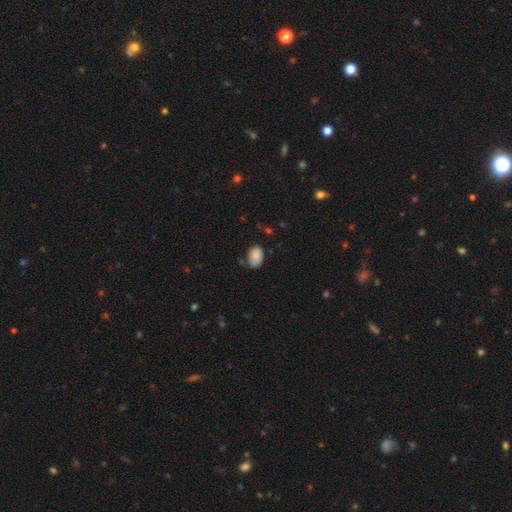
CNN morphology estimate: The model was most divided on "merging": none: 68%, minor disturbance: 24%, major disturbance: 5%, merger: 3%. More confident: smooth or featured — smooth (87%); how rounded — in between (86%).